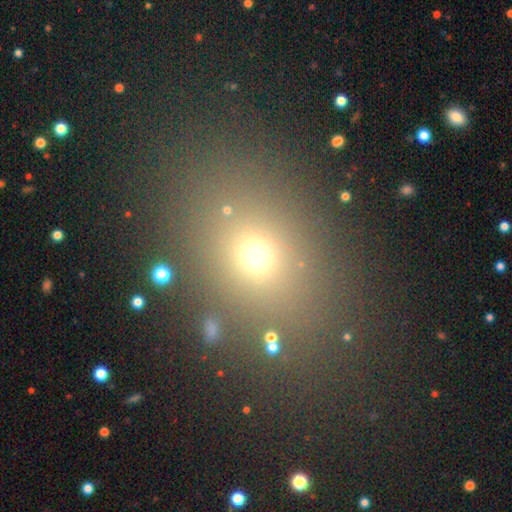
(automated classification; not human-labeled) Q: Smooth or featured?
A: smooth (63%); runner-up: star or artifact (26%)
Q: How rounded?
A: in between (51%); runner-up: round (46%)
Q: Merging?
A: none (82%); runner-up: minor disturbance (9%)